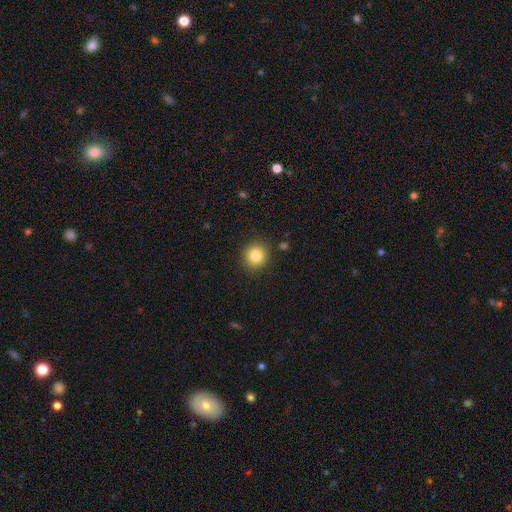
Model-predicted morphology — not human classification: smooth-or-featured: smooth: 84% | star or artifact: 10% | featured or disk: 6%
  how-rounded: round: 89% | in between: 10% | cigar-shaped: 1%
  merging: none: 89% | minor disturbance: 7% | major disturbance: 2% | merger: 2%